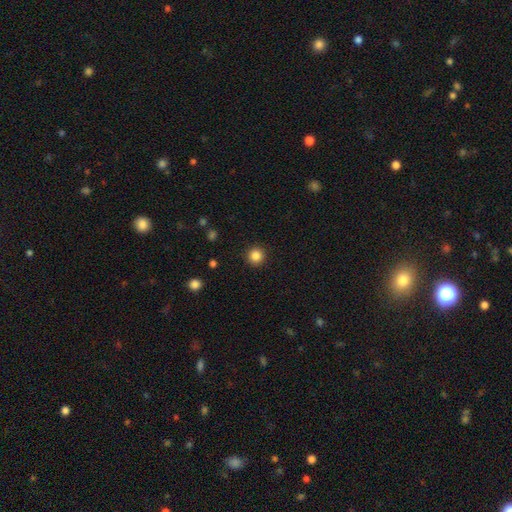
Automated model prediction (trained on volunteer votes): Q: Smooth or featured?
A: smooth (85%); runner-up: star or artifact (11%)
Q: How rounded?
A: round (94%); runner-up: in between (5%)
Q: Merging?
A: none (92%); runner-up: minor disturbance (5%)